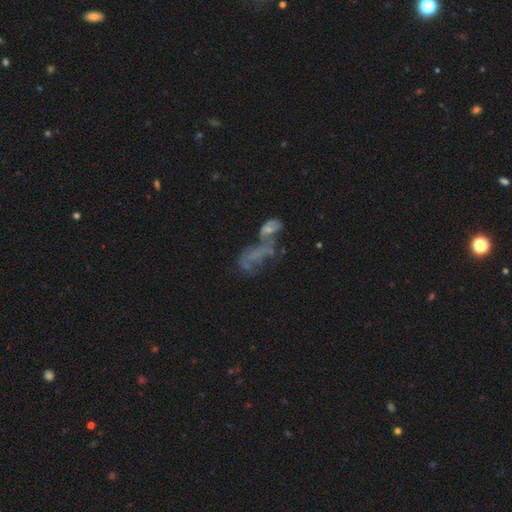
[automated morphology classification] The model was most divided on "smooth or featured": featured or disk: 42%, smooth: 34%, star or artifact: 23%. More confident: merging — merger (52%).